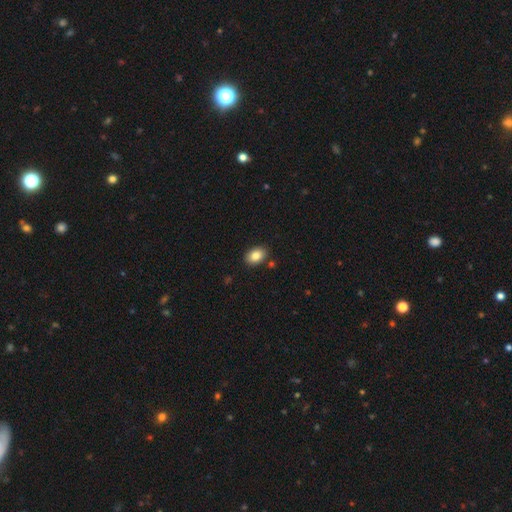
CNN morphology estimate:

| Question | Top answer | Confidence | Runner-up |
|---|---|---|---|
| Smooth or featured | smooth | 84% | star or artifact (8%) |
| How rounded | in between | 83% | round (16%) |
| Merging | none | 85% | minor disturbance (9%) |